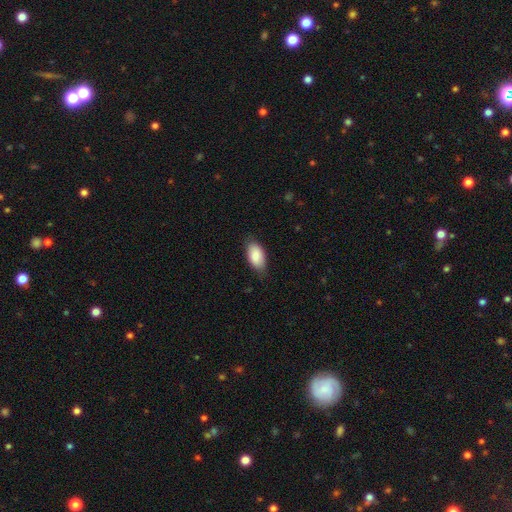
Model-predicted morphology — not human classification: Smooth or featured: smooth — 85% (featured or disk — 9%)
How rounded: in between — 94% (round — 4%)
Merging: none — 78% (minor disturbance — 18%)